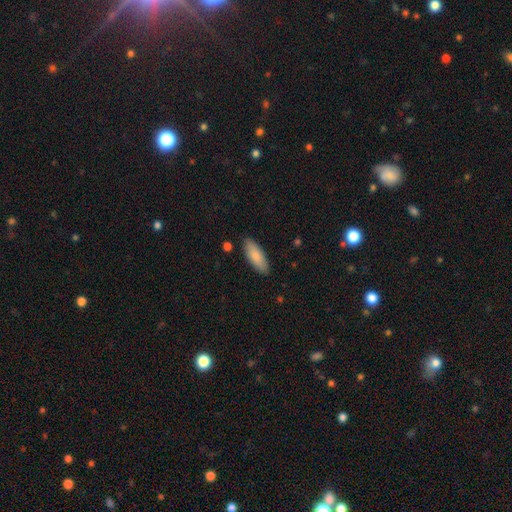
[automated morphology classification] This is clearly a smooth galaxy (81%). How rounded: likely in between (74%). Merging: clearly none (87%).